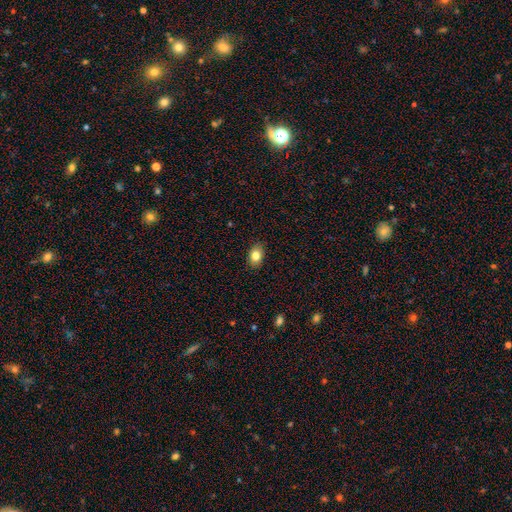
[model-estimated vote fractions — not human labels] smooth-or-featured: smooth: 83% | star or artifact: 9% | featured or disk: 9%
  how-rounded: in between: 77% | round: 22% | cigar-shaped: 1%
  merging: none: 88% | minor disturbance: 9% | major disturbance: 2% | merger: 1%